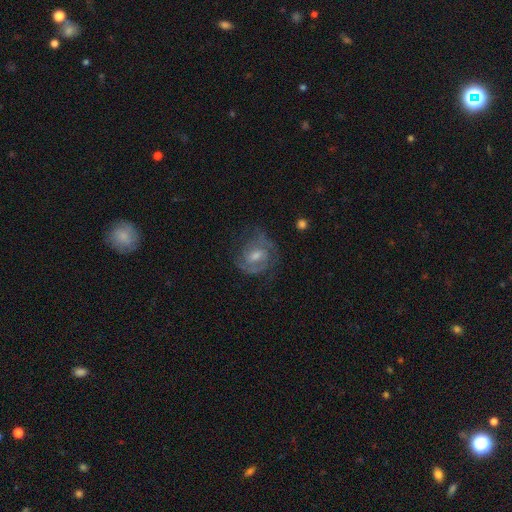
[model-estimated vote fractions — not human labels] The model was most divided on "spiral winding": tight: 48%, medium: 40%, loose: 12%. Remaining: edge-on disk — no (97%); spiral arms — yes (88%); smooth or featured — featured or disk (73%); merging — none (66%); bulge size — moderate (56%); spiral arm count — 2 (55%); bar — weak (49%).